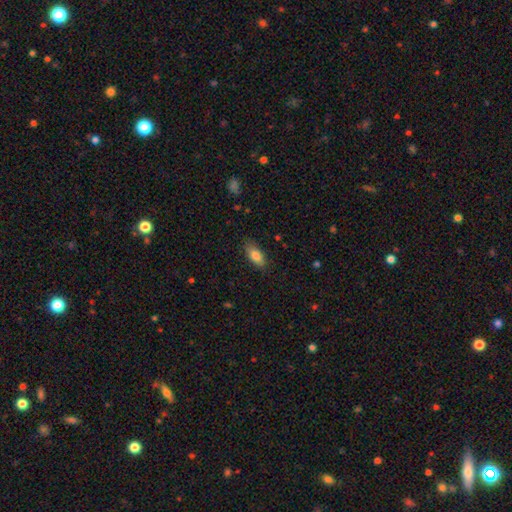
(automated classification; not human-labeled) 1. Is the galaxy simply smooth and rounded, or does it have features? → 82% smooth, 11% featured or disk, 7% star or artifact.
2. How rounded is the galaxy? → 83% in between, 14% cigar-shaped, 3% round.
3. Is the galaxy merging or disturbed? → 83% none, 13% minor disturbance, 3% major disturbance, 1% merger.